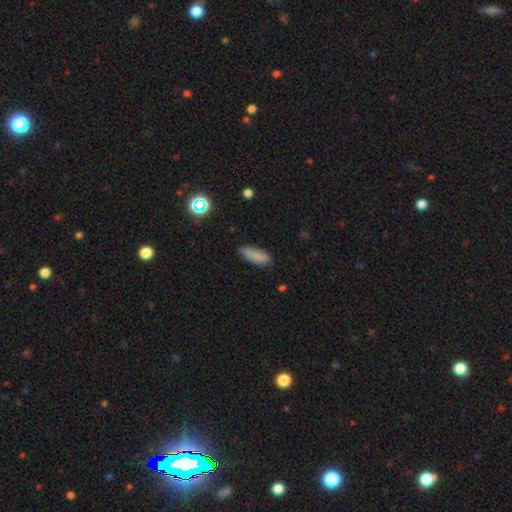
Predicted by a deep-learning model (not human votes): Overall: smooth (82%). How rounded: in between (61%; cigar-shaped 37%). Merging: none (73%).